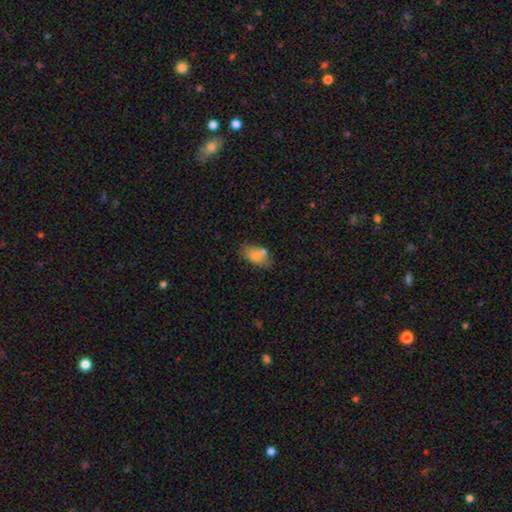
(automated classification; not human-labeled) A smooth galaxy with no disk features (74%) that is in between round and cigar-shaped (88%). Merging: none (58%).